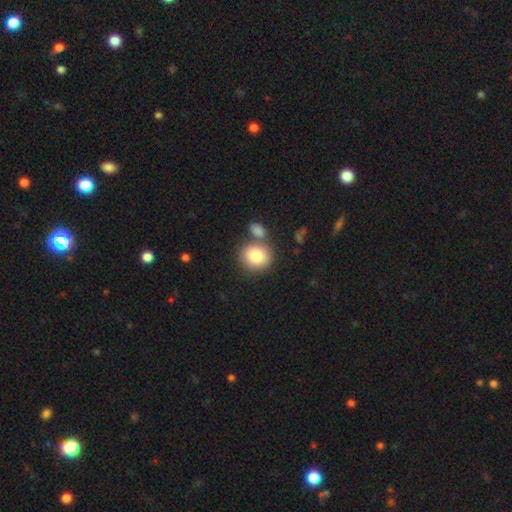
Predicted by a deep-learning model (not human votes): A smooth galaxy with no disk features (82%) that is round (81%).

Vote fractions:
- Smooth or featured? smooth: 82% / featured or disk: 10% / star or artifact: 8%
- How rounded? round: 81% / in between: 18% / cigar-shaped: 1%
- Merging? none: 60% / merger: 26% / minor disturbance: 10% / major disturbance: 4%